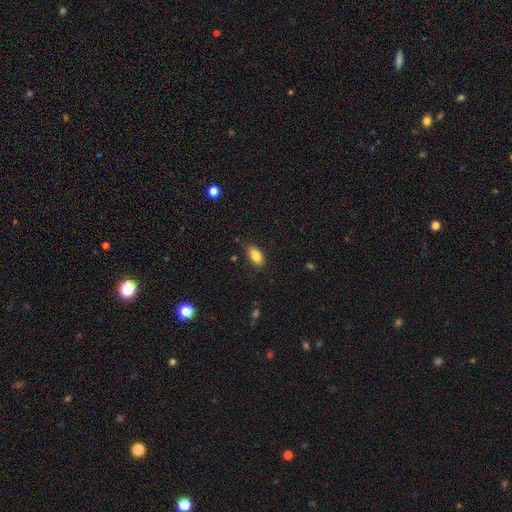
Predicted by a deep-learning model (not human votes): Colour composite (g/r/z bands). It shows a smooth galaxy with no disk features (87%) that is in between round and cigar-shaped (92%). Merging: none (82%).